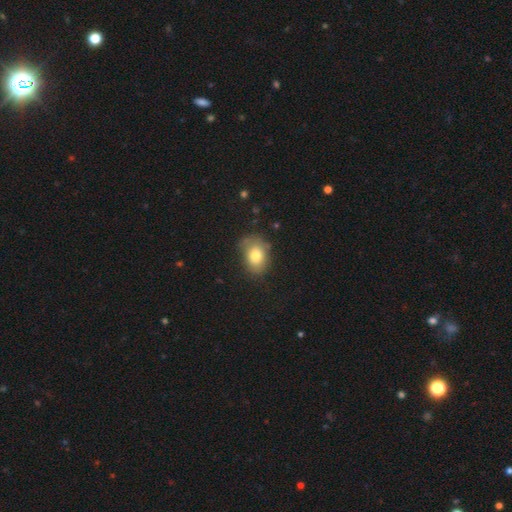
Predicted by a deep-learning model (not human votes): smooth 77%, featured or disk 14%, star or artifact 9%. Down the decision tree: how rounded — in between (71%); merging — none (65%).